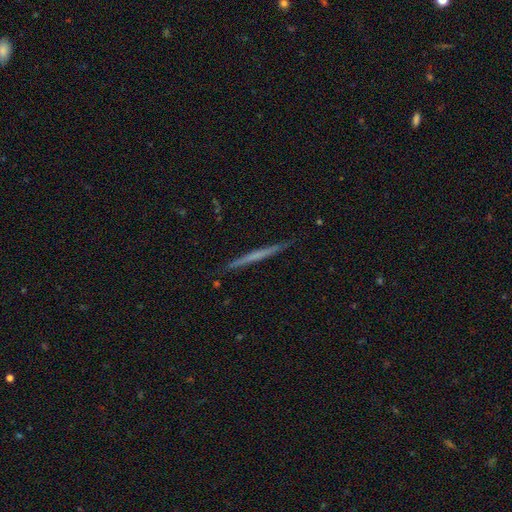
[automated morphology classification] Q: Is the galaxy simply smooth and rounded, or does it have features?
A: featured or disk — 54%.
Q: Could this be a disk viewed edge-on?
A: yes — 98%.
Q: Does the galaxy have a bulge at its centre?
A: none — 88%.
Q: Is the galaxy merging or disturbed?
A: none — 91%.